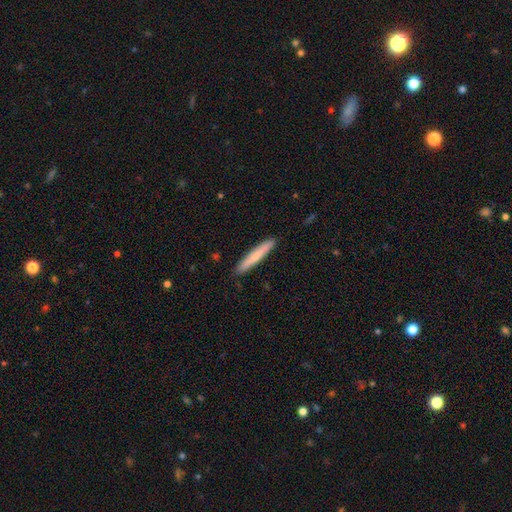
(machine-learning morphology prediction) This appears to be a smooth galaxy with no disk features (67%) that is cigar-shaped (95%). Merging: none (91%).